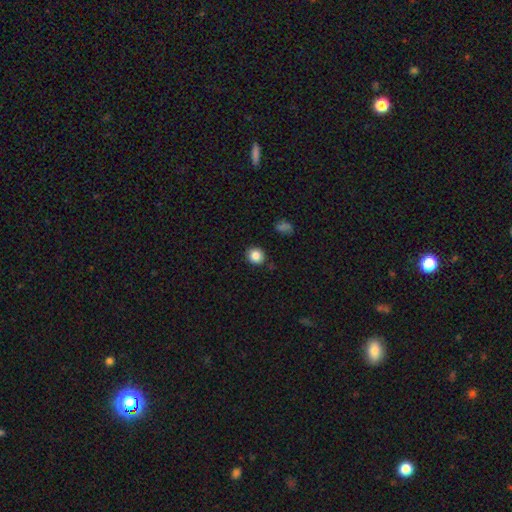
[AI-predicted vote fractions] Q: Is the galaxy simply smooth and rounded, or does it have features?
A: smooth — 85%.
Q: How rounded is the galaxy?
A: round — 82%.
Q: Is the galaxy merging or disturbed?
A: none — 87%.